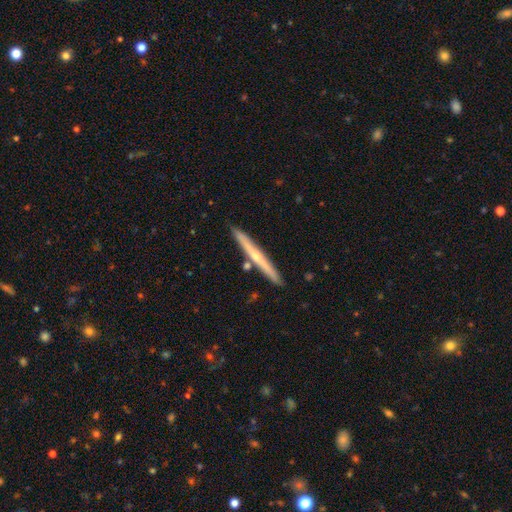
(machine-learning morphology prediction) Smooth or featured: featured or disk — 61% (smooth — 34%)
Edge-on disk: yes — 97% (no — 3%)
Edge-on bulge: rounded — 62% (none — 35%)
Merging: none — 88% (minor disturbance — 8%)